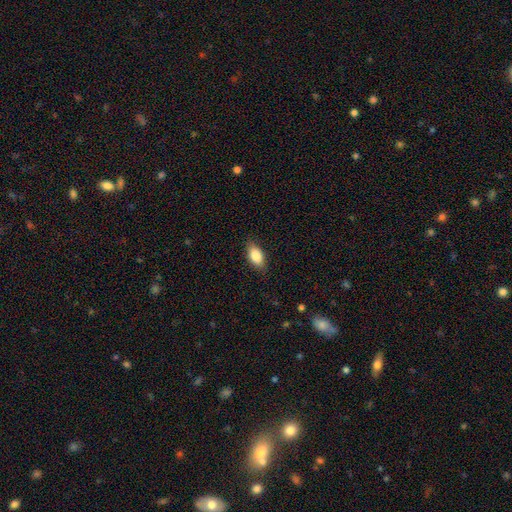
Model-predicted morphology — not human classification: Smooth or featured? Predicted: smooth (p=0.86). How rounded? Predicted: in between (p=0.89). Merging? Predicted: none (p=0.85).